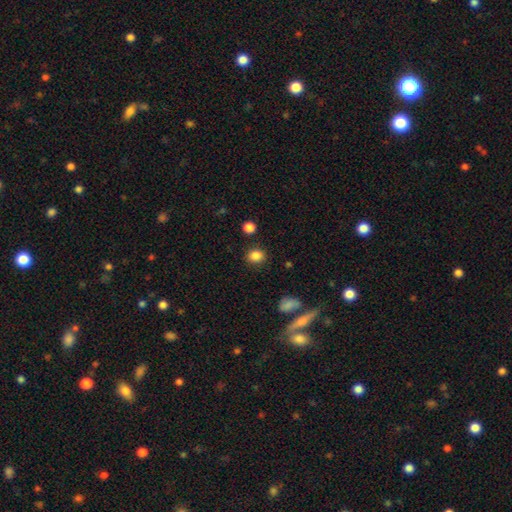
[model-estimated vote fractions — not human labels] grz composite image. It shows a smooth galaxy with no disk features (85%) that is round (61%). Merging: none (86%).